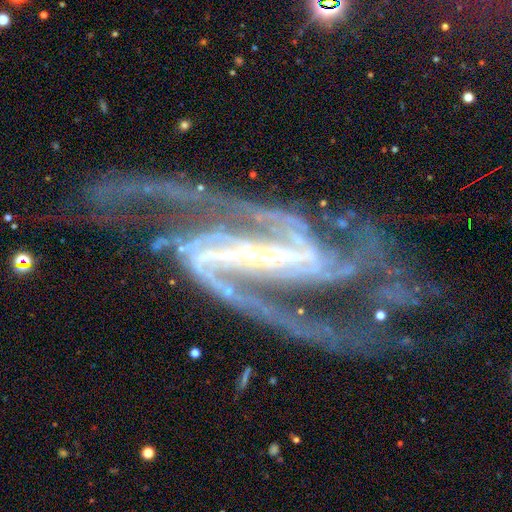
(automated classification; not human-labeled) featured or disk 93%, star or artifact 5%, smooth 2%. Down the decision tree: edge-on disk — no (97%); bar — strong (79%); spiral arms — yes (99%); spiral arm count — 2 (73%); spiral winding — medium (57%); bulge size — small (83%); merging — none (59%).